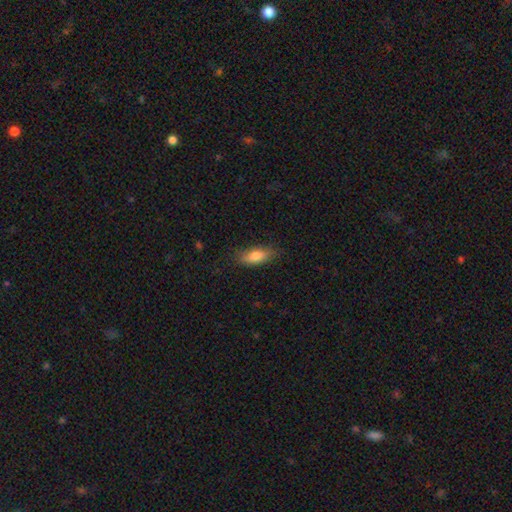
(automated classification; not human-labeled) smooth 79%, featured or disk 14%, star or artifact 7%. Down the decision tree: how rounded — in between (74%); merging — none (78%).